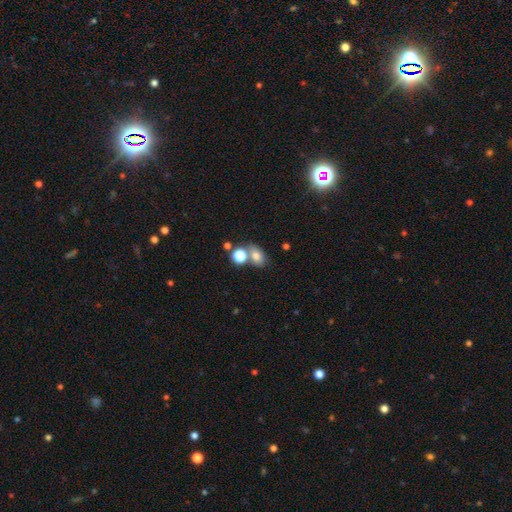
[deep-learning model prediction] Smooth or featured?
  - smooth: 76% *
  - star or artifact: 13%
  - featured or disk: 10%
How rounded?
  - in between: 67% *
  - round: 32%
  - cigar-shaped: 1%
Merging?
  - none: 53% *
  - merger: 30%
  - minor disturbance: 12%
  - major disturbance: 5%